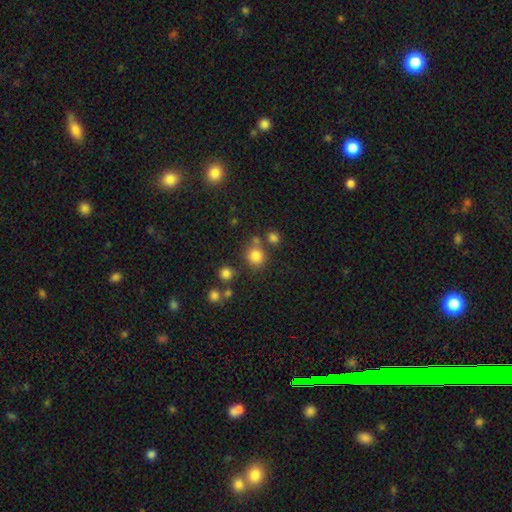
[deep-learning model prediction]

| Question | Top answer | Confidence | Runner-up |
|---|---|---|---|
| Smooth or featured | smooth | 81% | star or artifact (13%) |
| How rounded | round | 88% | in between (11%) |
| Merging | none | 71% | merger (14%) |